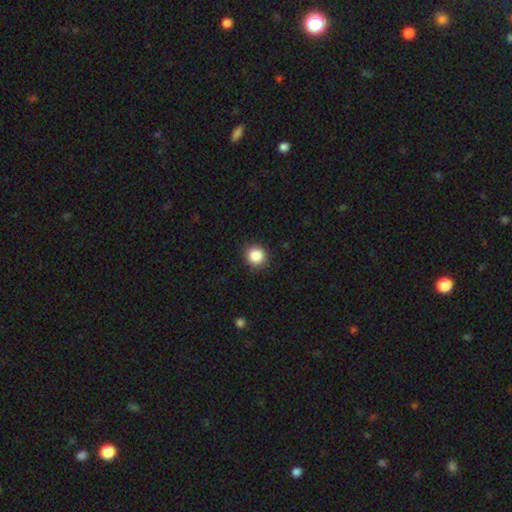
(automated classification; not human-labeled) The model was most divided on "smooth or featured": smooth: 87%, star or artifact: 10%, featured or disk: 4%. More confident: how rounded — round (91%); merging — none (90%).